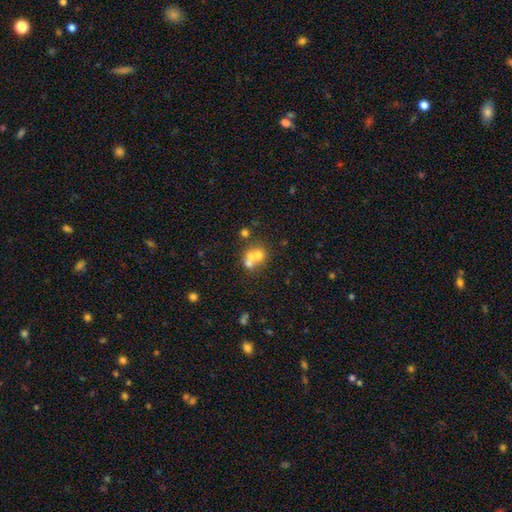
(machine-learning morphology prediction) Overall: smooth (56%; featured or disk 28%). How rounded: round (77%). Merging: merger (56%; none 32%).